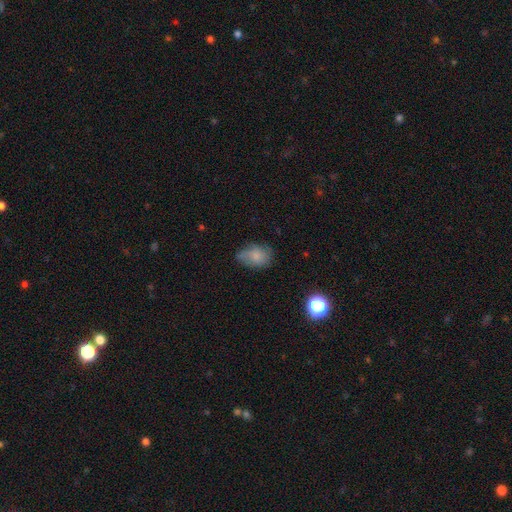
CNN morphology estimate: smooth 71%, featured or disk 19%, star or artifact 10%. Down the decision tree: how rounded — in between (77%); merging — none (50%).